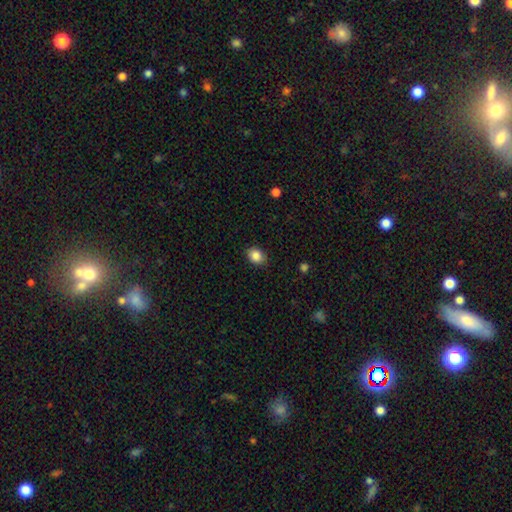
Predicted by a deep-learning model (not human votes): This appears to be a smooth galaxy with no disk features (87%) that is in between round and cigar-shaped (56%). Merging: none (86%).